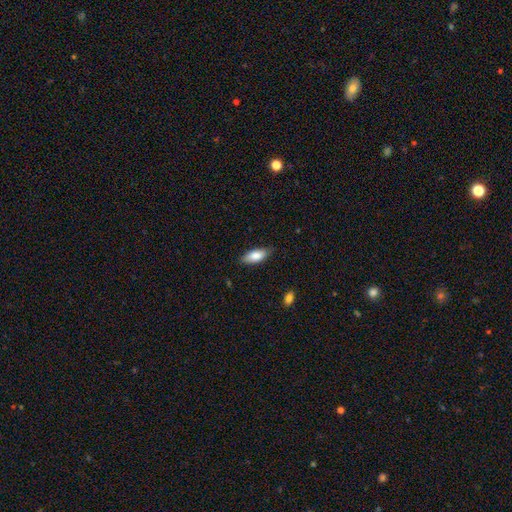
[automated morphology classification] type=smooth (83%); roundness=in between (81%); merging=none (81%).